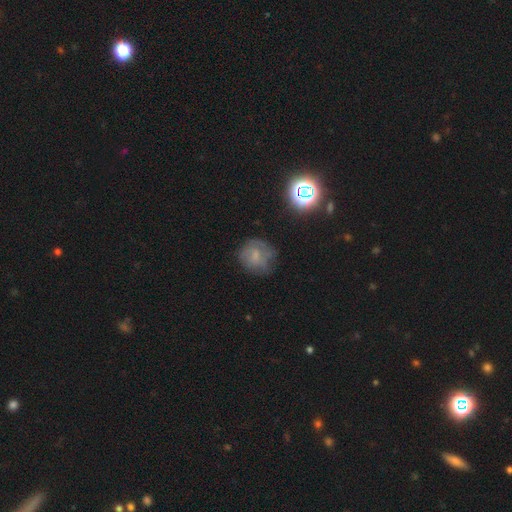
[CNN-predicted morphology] This appears to be a smooth galaxy with no disk features (58%) that is round (84%). Merging: none (65%).